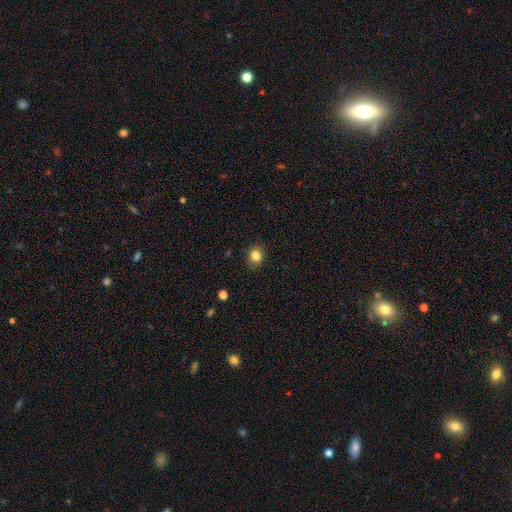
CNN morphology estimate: Smooth or featured?
  - smooth: 84% *
  - star or artifact: 11%
  - featured or disk: 6%
How rounded?
  - round: 62% *
  - in between: 37%
  - cigar-shaped: 1%
Merging?
  - none: 85% *
  - minor disturbance: 11%
  - major disturbance: 3%
  - merger: 1%